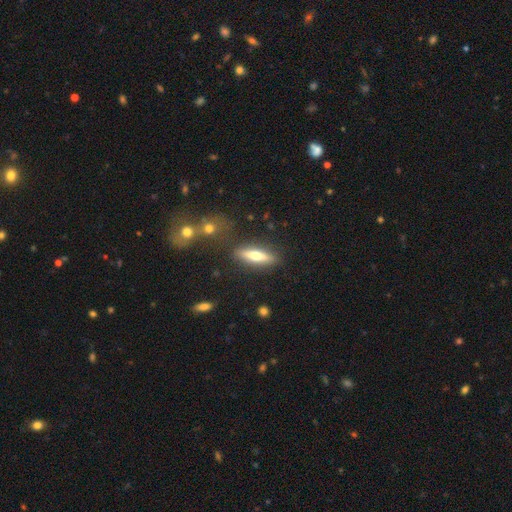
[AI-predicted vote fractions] smooth 54%, featured or disk 40%, star or artifact 6%. Down the decision tree: how rounded — cigar-shaped (68%); merging — none (84%).